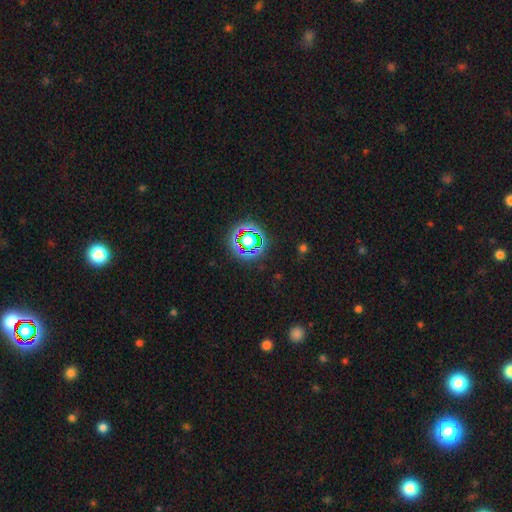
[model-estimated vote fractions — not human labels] Morphology: type=star or artifact (74%).